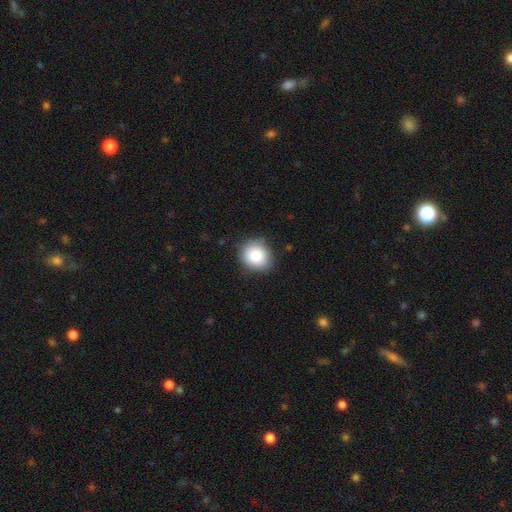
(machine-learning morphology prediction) Smooth or featured?
  - smooth: 85% *
  - star or artifact: 8%
  - featured or disk: 6%
How rounded?
  - round: 76% *
  - in between: 23%
  - cigar-shaped: 1%
Merging?
  - none: 82% *
  - minor disturbance: 14%
  - major disturbance: 3%
  - merger: 1%